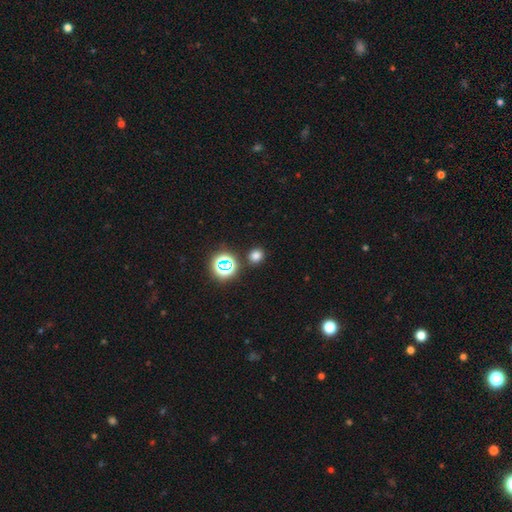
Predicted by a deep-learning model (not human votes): This appears to be a smooth galaxy with no disk features (73%) that is round (82%). Merging: none (86%).